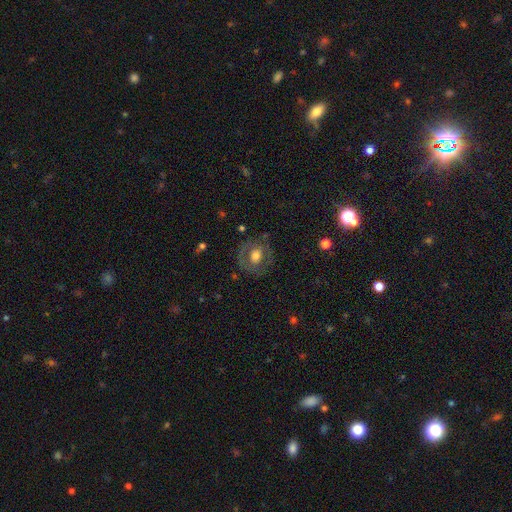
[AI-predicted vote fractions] This is possibly a smooth galaxy (51%). How rounded: likely round (77%). Merging: likely none (77%).